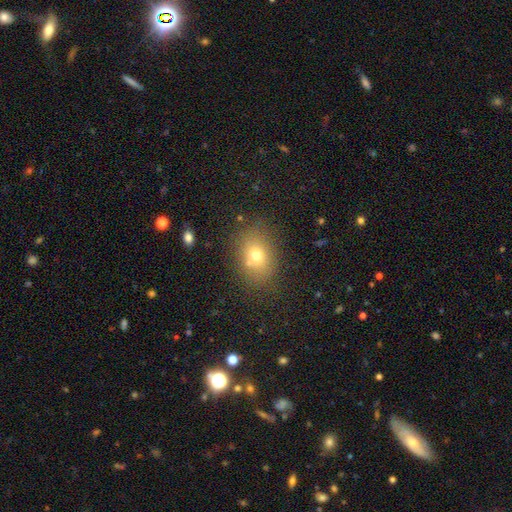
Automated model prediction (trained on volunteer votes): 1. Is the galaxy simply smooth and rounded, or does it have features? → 70% smooth, 15% star or artifact, 15% featured or disk.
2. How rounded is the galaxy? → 53% in between, 46% round, 1% cigar-shaped.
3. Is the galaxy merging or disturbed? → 75% none, 14% minor disturbance, 6% merger, 6% major disturbance.